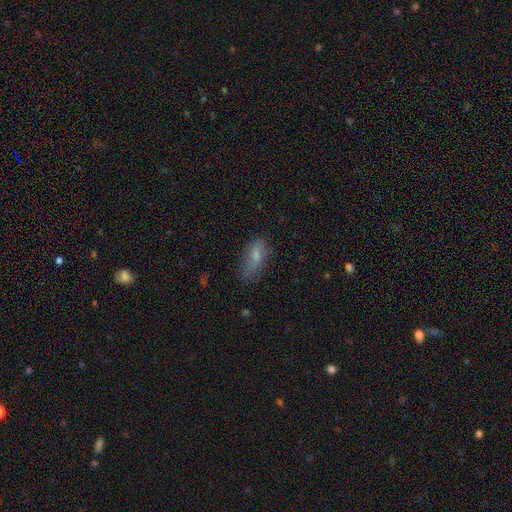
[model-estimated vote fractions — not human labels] smooth 74%, featured or disk 16%, star or artifact 9%. Down the decision tree: how rounded — in between (78%); merging — none (54%).